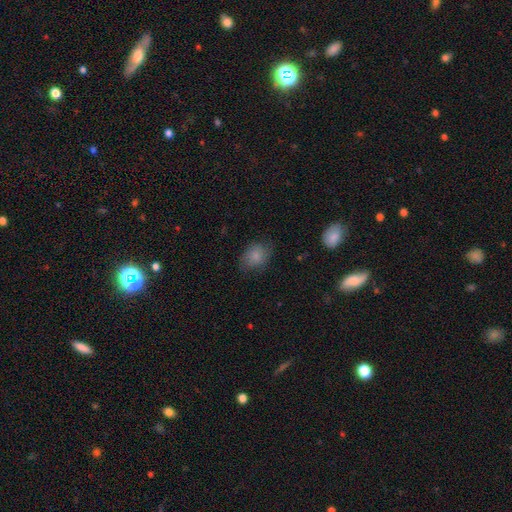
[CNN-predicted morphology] Smooth or featured? Predicted: smooth (p=0.81). How rounded? Predicted: in between (p=0.65). Merging? Predicted: none (p=0.71).